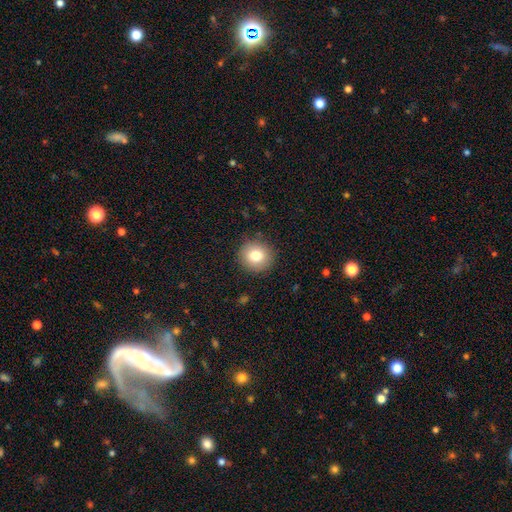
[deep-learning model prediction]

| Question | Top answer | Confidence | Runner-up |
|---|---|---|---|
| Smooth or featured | smooth | 79% | featured or disk (11%) |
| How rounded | round | 92% | in between (7%) |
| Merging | none | 90% | minor disturbance (7%) |